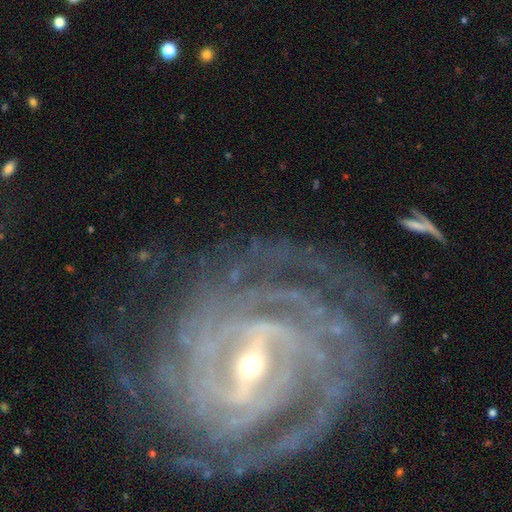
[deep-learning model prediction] This appears to be a featured or disk galaxy (90%) with a strong bar (65%), tight (72%) spiral arms (96%) and a small central bulge (62%). Merging: none (69%).